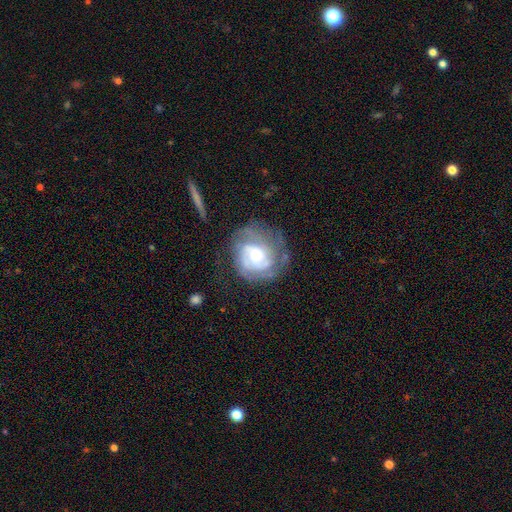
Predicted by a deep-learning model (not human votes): smooth-or-featured: featured or disk: 74% | smooth: 20% | star or artifact: 7%
  disk-edge-on: no: 97% | yes: 3%
    bar: no: 65% | weak: 29% | strong: 6%
    has-spiral-arms: yes: 87% | no: 13%
      spiral-winding: tight: 53% | medium: 34% | loose: 12%
      spiral-arm-count: can't tell: 37% | 2: 32% | 3: 16% | 1: 6% | 4: 5% | more than 4: 4%
    bulge-size: moderate: 49% | small: 36% | large: 11% | none: 2% | dominant: 2%
  merging: none: 60% | minor disturbance: 22% | major disturbance: 17% | merger: 2%